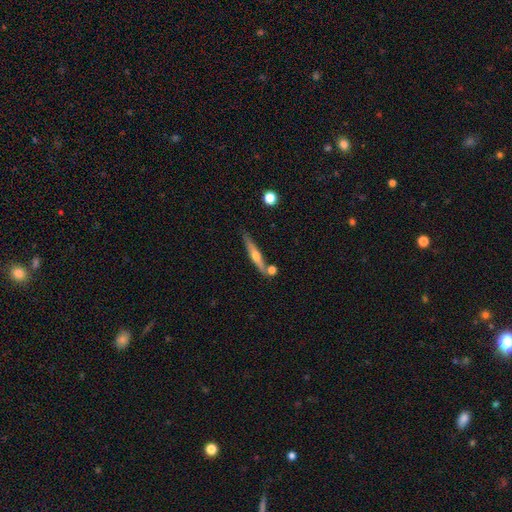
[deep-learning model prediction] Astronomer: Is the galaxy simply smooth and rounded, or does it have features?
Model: featured or disk — 59% (runner-up: smooth, 35%).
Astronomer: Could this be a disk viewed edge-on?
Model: yes — 95%.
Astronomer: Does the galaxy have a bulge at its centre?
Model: rounded — 89%.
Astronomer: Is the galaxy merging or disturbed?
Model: none — 74%.